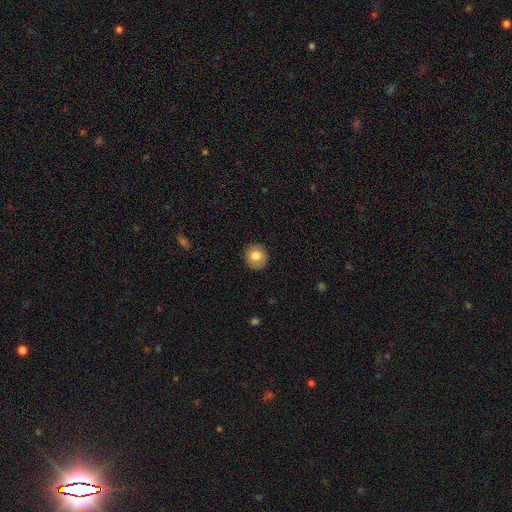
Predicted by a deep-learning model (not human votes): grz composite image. It shows a smooth galaxy with no disk features (81%) that is round (89%). Merging: none (89%).